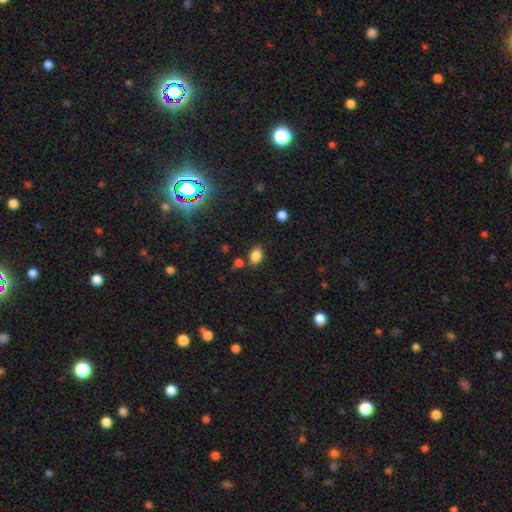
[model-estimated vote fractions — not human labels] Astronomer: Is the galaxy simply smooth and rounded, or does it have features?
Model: smooth — 83%.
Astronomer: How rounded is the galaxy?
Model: in between — 86%.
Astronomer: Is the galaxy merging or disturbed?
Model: none — 75%.